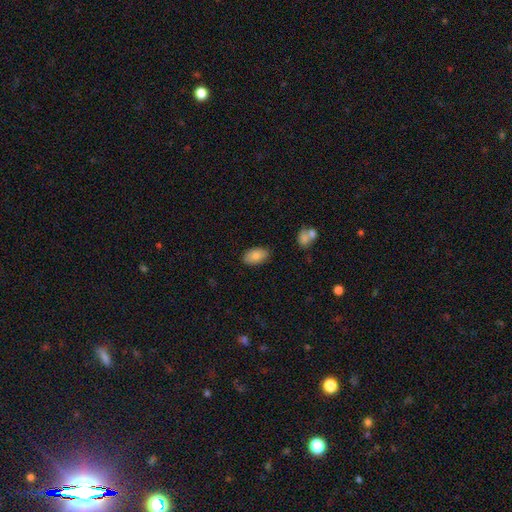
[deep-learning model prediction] smooth-or-featured: smooth: 83% | featured or disk: 10% | star or artifact: 7%
  how-rounded: in between: 94% | round: 5% | cigar-shaped: 2%
  merging: none: 84% | minor disturbance: 11% | major disturbance: 2% | merger: 2%